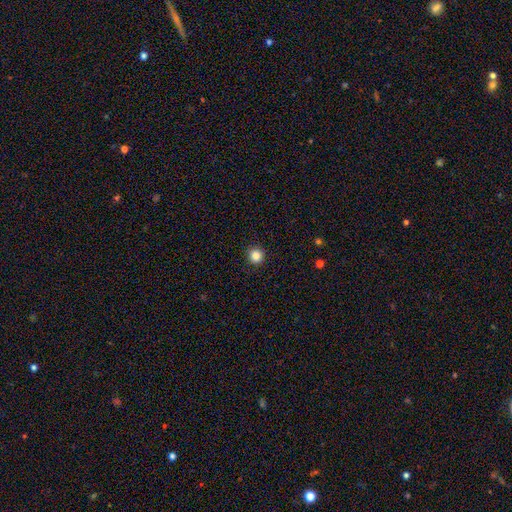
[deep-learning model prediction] A smooth galaxy with no disk features (85%) that is round (95%). Merging: none (93%).